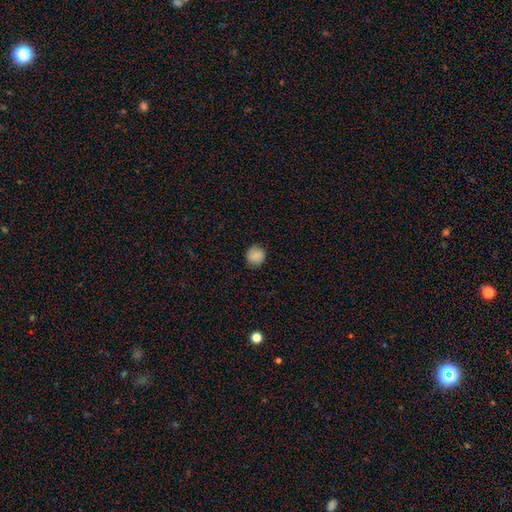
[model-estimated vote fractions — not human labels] Q: Smooth or featured?
A: smooth (87%); runner-up: star or artifact (8%)
Q: How rounded?
A: round (93%); runner-up: in between (6%)
Q: Merging?
A: none (89%); runner-up: minor disturbance (8%)